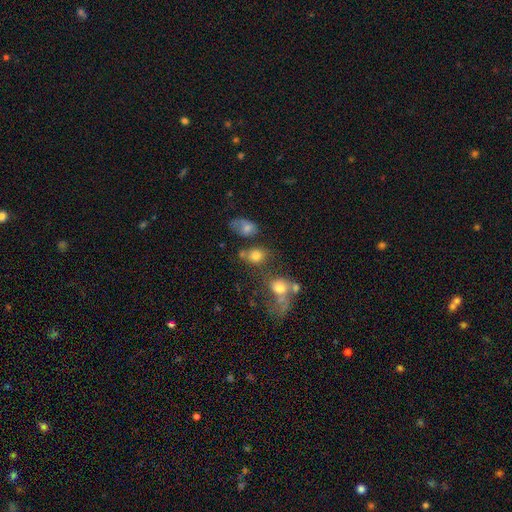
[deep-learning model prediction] Morphology: type=smooth (73%); roundness=in between (49%, tied with round); merging=none (43%).